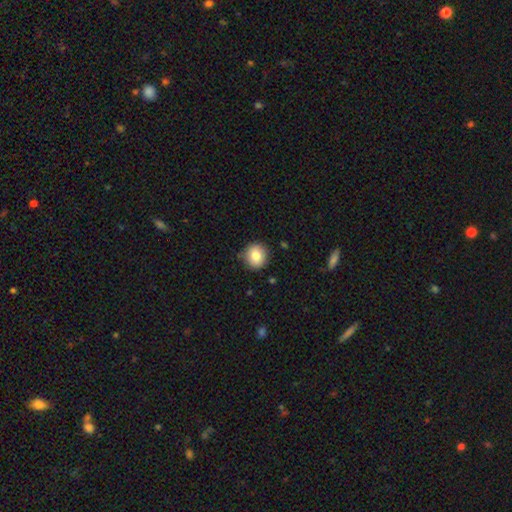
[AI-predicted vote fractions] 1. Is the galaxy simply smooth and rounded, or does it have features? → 82% smooth, 9% star or artifact, 9% featured or disk.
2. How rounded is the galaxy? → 91% round, 8% in between, 1% cigar-shaped.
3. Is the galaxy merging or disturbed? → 85% none, 11% minor disturbance, 2% major disturbance, 2% merger.